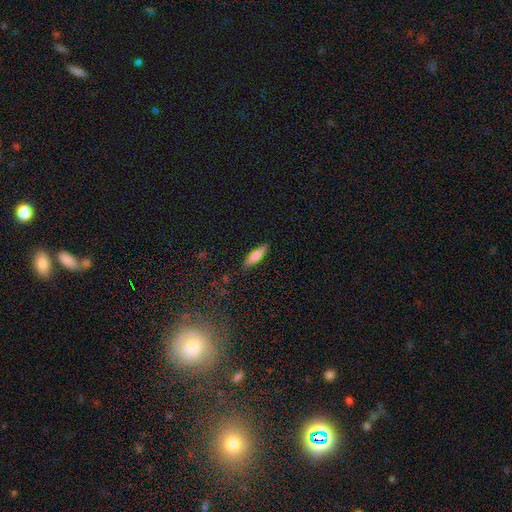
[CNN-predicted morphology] Overall: smooth (73%). How rounded: cigar-shaped (60%; in between 38%). Merging: none (87%).